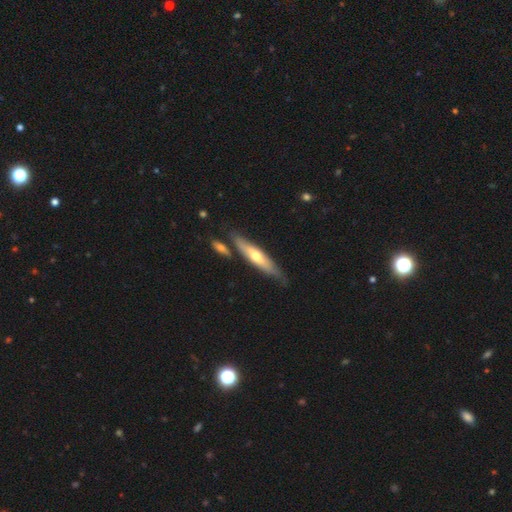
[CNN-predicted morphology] Q: Smooth or featured?
A: featured or disk (53%); runner-up: smooth (41%)
Q: Edge-on disk?
A: yes (79%); runner-up: no (21%)
Q: Merging?
A: none (73%); runner-up: minor disturbance (16%)